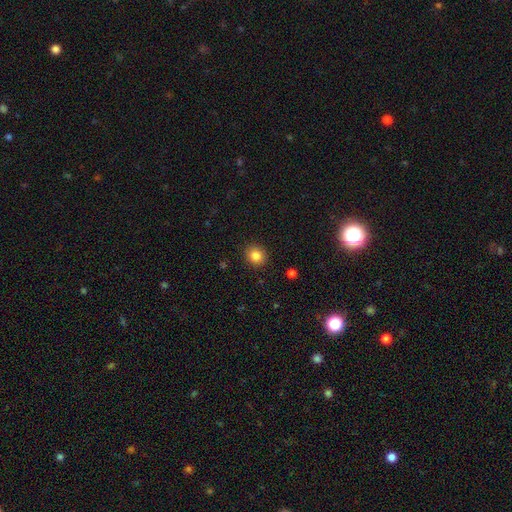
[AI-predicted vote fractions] Smooth or featured?
  - smooth: 84% *
  - star or artifact: 10%
  - featured or disk: 6%
How rounded?
  - round: 78% *
  - in between: 21%
  - cigar-shaped: 1%
Merging?
  - none: 90% *
  - minor disturbance: 7%
  - major disturbance: 2%
  - merger: 1%